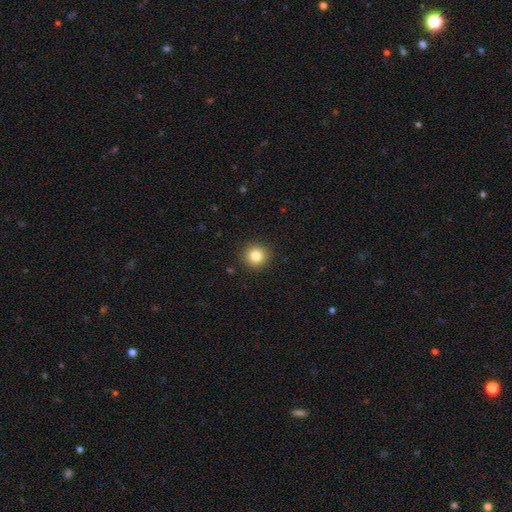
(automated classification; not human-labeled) Overall: smooth (83%). How rounded: round (93%). Merging: none (92%).